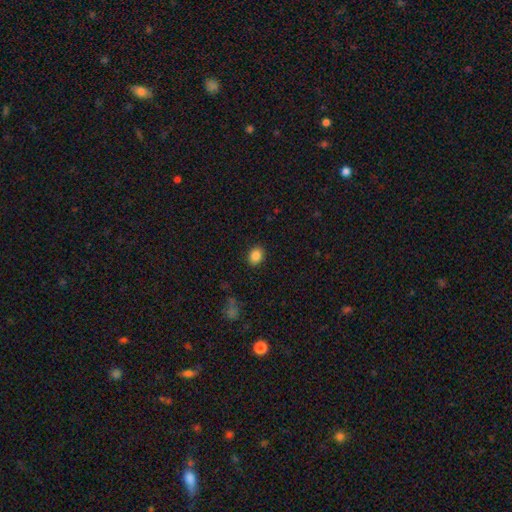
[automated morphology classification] Smooth or featured: smooth — 86% (star or artifact — 10%)
How rounded: in between — 59% (round — 40%)
Merging: none — 88% (minor disturbance — 9%)